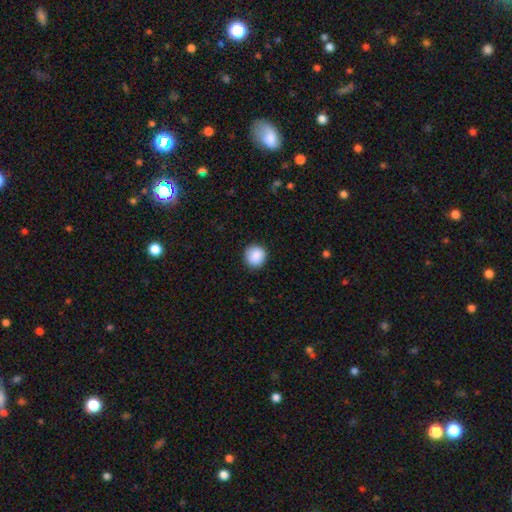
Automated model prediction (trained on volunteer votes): Smooth or featured? Predicted: smooth (p=0.89). How rounded? Predicted: round (p=0.92). Merging? Predicted: none (p=0.90).